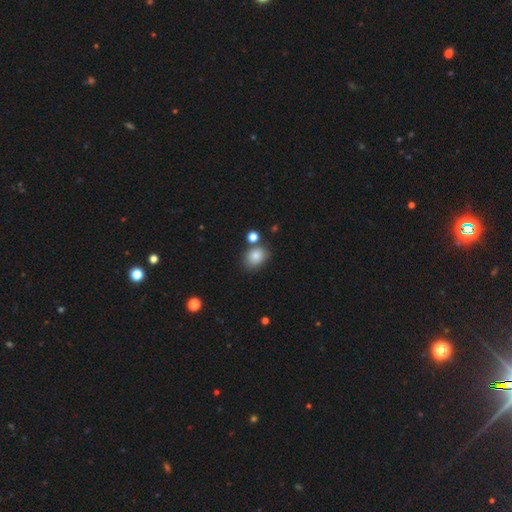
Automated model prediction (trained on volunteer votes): Q: Smooth or featured?
A: smooth (83%); runner-up: star or artifact (10%)
Q: How rounded?
A: in between (53%); runner-up: round (46%)
Q: Merging?
A: none (71%); runner-up: minor disturbance (14%)